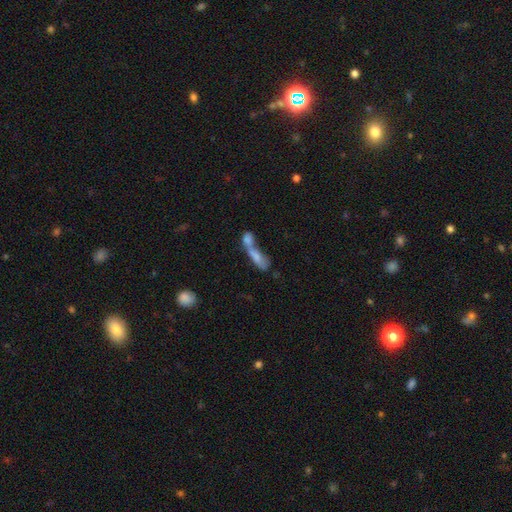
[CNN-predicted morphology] Smooth or featured? Predicted: smooth (p=0.66). How rounded? Predicted: in between (p=0.54). Merging? Predicted: merger (p=0.77).